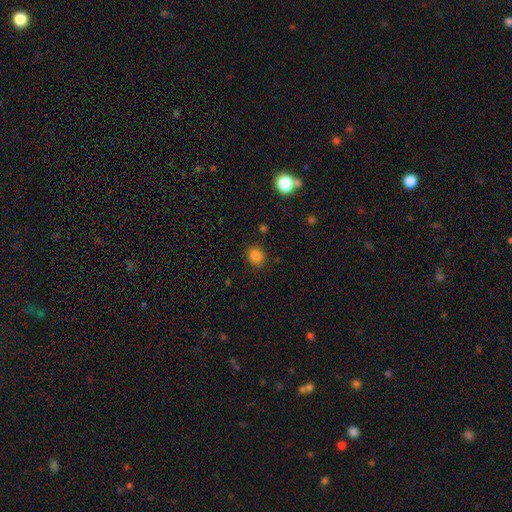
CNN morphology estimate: smooth_or_featured: smooth (p=0.84) [alt: star or artifact p=0.12]
how_rounded: round (p=0.78) [alt: in between p=0.21]
merging: none (p=0.87) [alt: minor disturbance p=0.08]